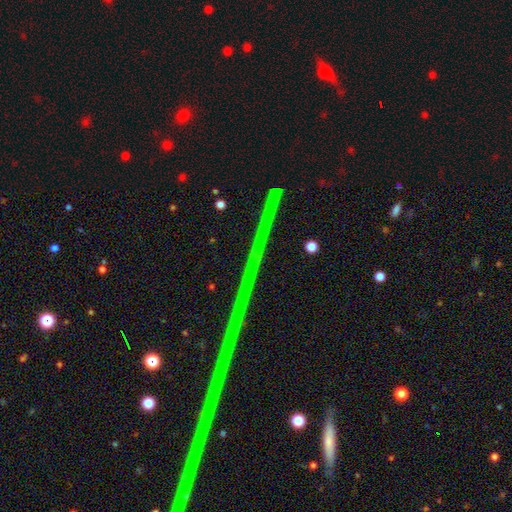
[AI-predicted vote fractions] smooth_or_featured: star or artifact (p=0.83) [alt: featured or disk p=0.10]